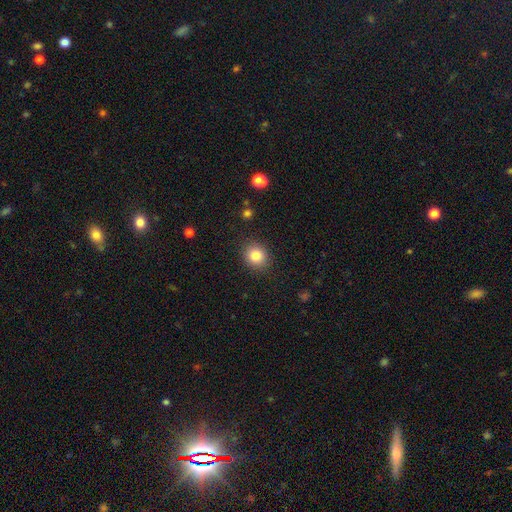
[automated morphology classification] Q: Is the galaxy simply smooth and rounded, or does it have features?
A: smooth — 83%.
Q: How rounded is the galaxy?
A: round — 78%.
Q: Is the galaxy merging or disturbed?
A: none — 89%.